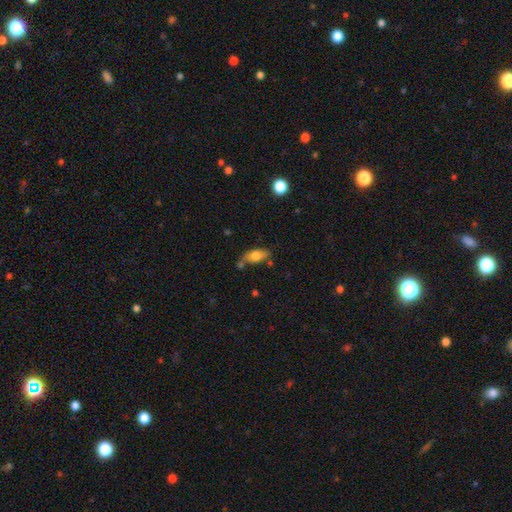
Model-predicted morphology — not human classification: Smooth or featured? Predicted: smooth (p=0.73). How rounded? Predicted: in between (p=0.81). Merging? Predicted: none (p=0.60).